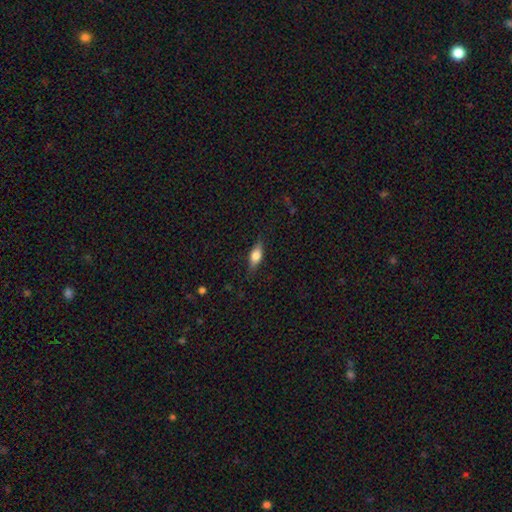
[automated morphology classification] Smooth or featured: smooth — 61% (featured or disk — 31%)
How rounded: in between — 70% (cigar-shaped — 24%)
Merging: none — 83% (minor disturbance — 13%)